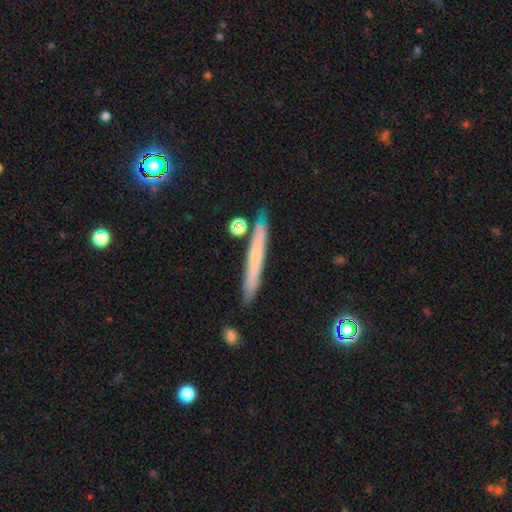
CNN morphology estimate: type=smooth (50%); merging=none (83%).